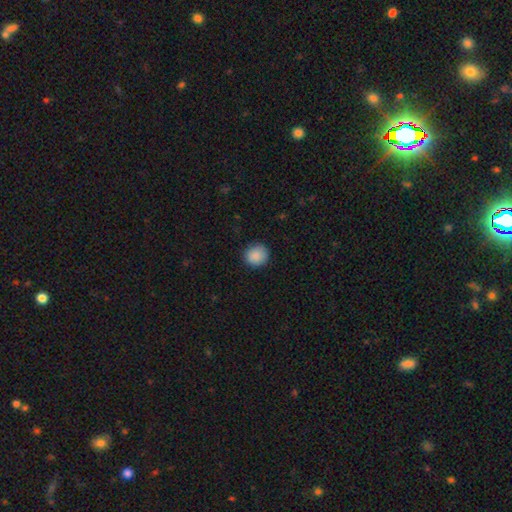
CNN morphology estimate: Smooth or featured? smooth (89%)
How rounded? round (86%)
Merging? none (88%)